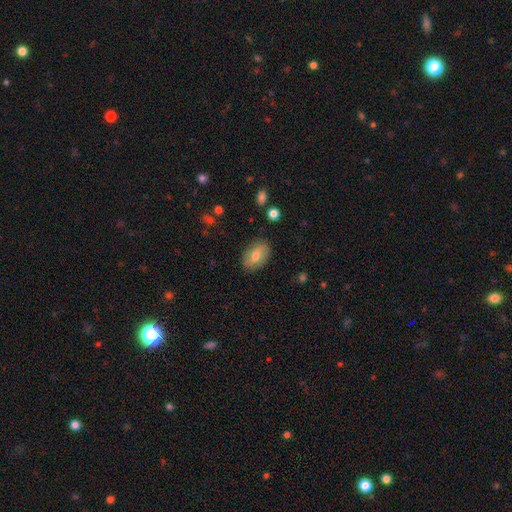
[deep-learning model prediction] Smooth or featured: smooth — 62% (featured or disk — 30%)
How rounded: in between — 88% (round — 10%)
Merging: none — 84% (minor disturbance — 12%)